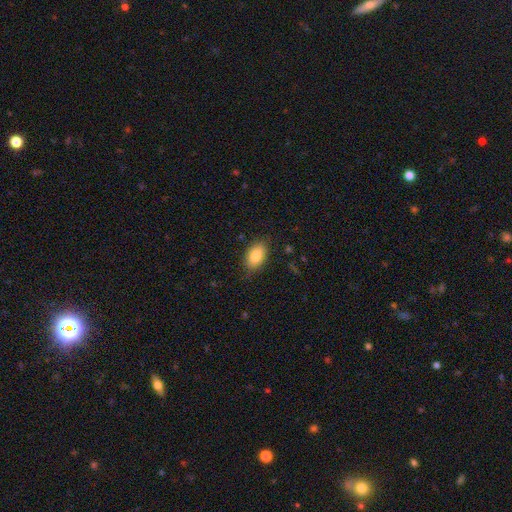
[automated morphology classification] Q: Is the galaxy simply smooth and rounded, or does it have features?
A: smooth — 84%.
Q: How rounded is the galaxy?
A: in between — 91%.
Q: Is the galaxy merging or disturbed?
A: none — 82%.